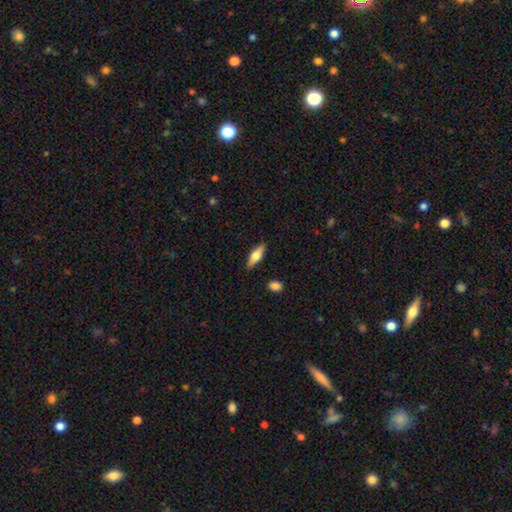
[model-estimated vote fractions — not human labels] A smooth galaxy with no disk features (55%) that is in between round and cigar-shaped (51%). Merging: none (87%).